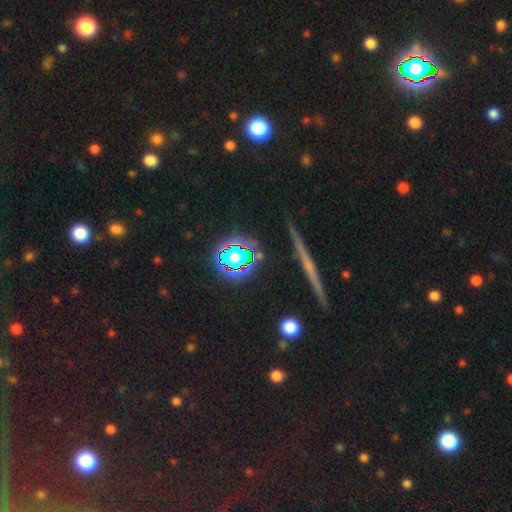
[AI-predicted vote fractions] A star or artifact, not a galaxy (57%).

Vote fractions:
- Smooth or featured? star or artifact: 57% / featured or disk: 22% / smooth: 21%